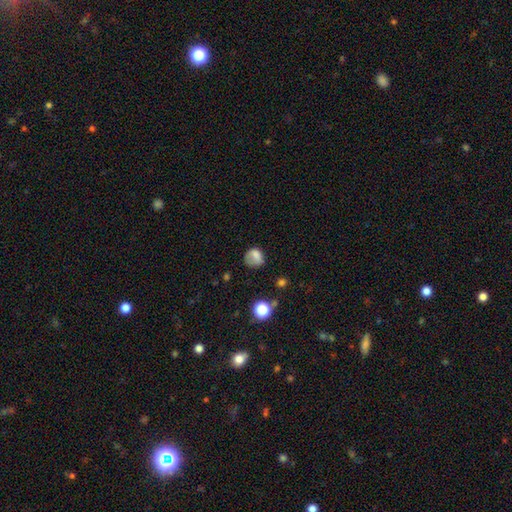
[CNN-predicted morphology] smooth_or_featured: smooth (p=0.74) [alt: featured or disk p=0.14]
how_rounded: round (p=0.67) [alt: in between p=0.32]
merging: none (p=0.50) [alt: minor disturbance p=0.28]